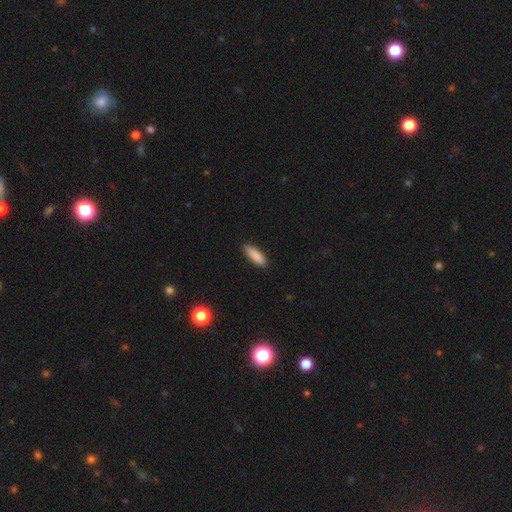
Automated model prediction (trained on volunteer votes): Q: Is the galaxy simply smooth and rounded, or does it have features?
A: smooth — 88%.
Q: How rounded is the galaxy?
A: cigar-shaped — 51%.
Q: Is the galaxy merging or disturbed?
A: none — 88%.